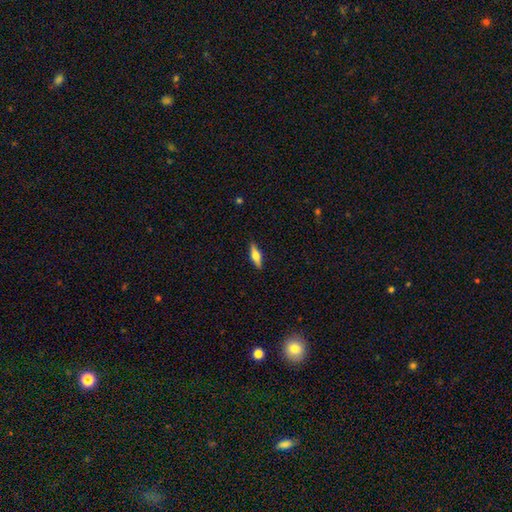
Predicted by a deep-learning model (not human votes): featured or disk 48%, smooth 46%, star or artifact 6%. Down the decision tree: merging — none (89%).